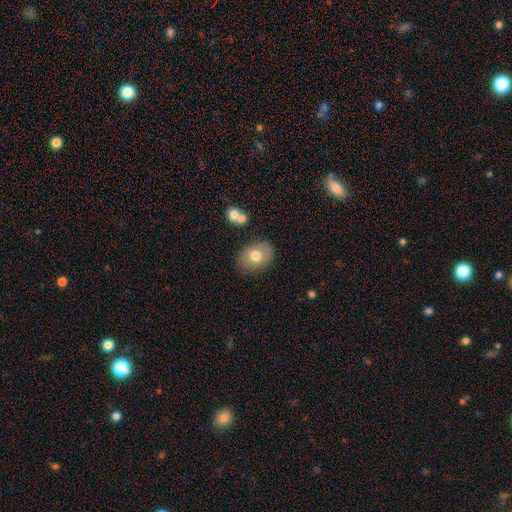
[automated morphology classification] Smooth or featured: smooth — 73% (featured or disk — 19%)
How rounded: in between — 71% (round — 28%)
Merging: none — 80% (minor disturbance — 13%)